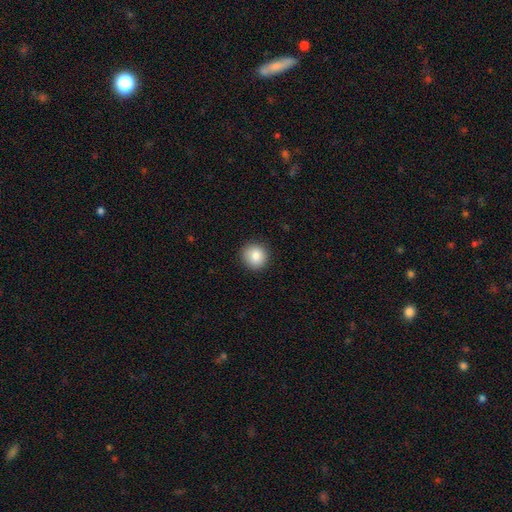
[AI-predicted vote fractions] Smooth or featured? smooth (85%)
How rounded? round (92%)
Merging? none (91%)